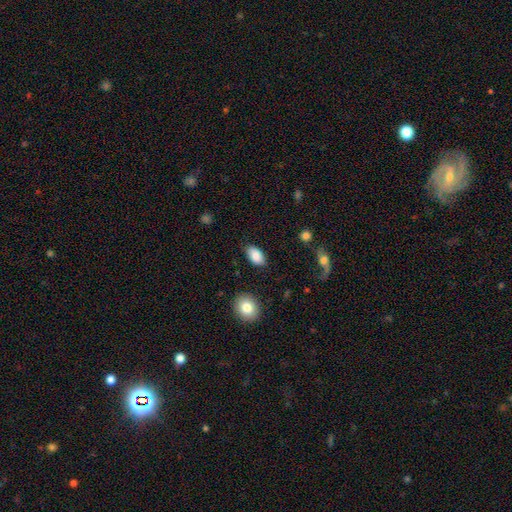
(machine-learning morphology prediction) Smooth or featured?
  - smooth: 87% *
  - star or artifact: 7%
  - featured or disk: 6%
How rounded?
  - in between: 93% *
  - round: 5%
  - cigar-shaped: 2%
Merging?
  - none: 84% *
  - minor disturbance: 12%
  - major disturbance: 3%
  - merger: 2%